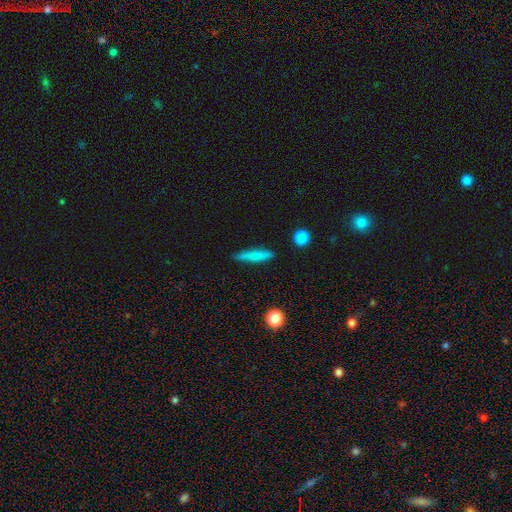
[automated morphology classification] smooth_or_featured: smooth (p=0.73) [alt: featured or disk p=0.19]
how_rounded: cigar-shaped (p=0.88) [alt: in between p=0.10]
merging: none (p=0.86) [alt: minor disturbance p=0.10]